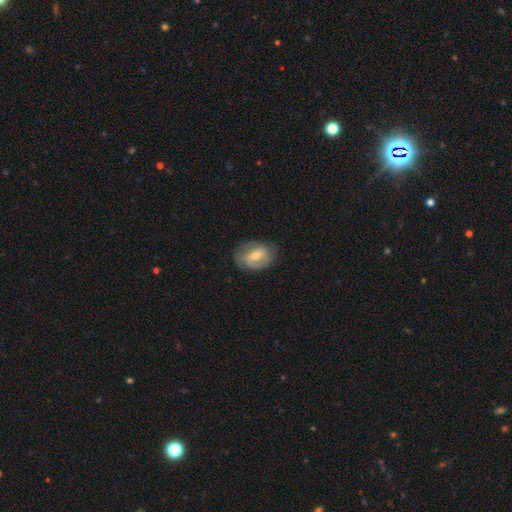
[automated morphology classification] Q: Smooth or featured?
A: featured or disk (67%); runner-up: smooth (26%)
Q: Edge-on disk?
A: no (95%); runner-up: yes (5%)
Q: Bar?
A: weak (50%); runner-up: no (26%)
Q: Spiral arms?
A: yes (82%); runner-up: no (18%)
Q: Spiral winding?
A: tight (48%); runner-up: medium (37%)
Q: Spiral arm count?
A: 2 (66%); runner-up: can't tell (20%)
Q: Bulge size?
A: moderate (57%); runner-up: small (38%)
Q: Merging?
A: none (75%); runner-up: minor disturbance (18%)